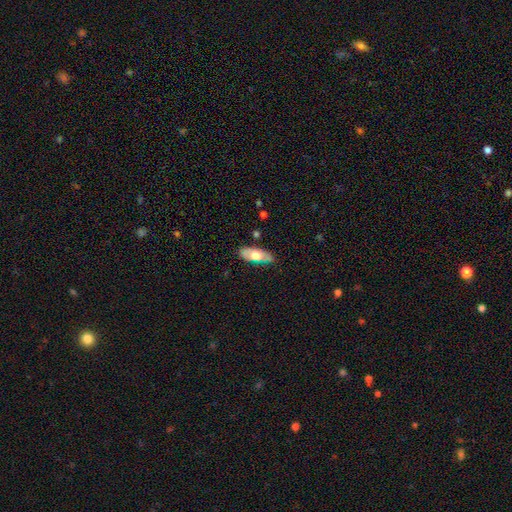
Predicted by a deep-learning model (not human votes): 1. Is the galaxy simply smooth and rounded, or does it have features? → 58% smooth, 36% featured or disk, 6% star or artifact.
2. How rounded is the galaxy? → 81% in between, 16% cigar-shaped, 3% round.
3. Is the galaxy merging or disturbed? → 77% none, 17% minor disturbance, 3% major disturbance, 2% merger.